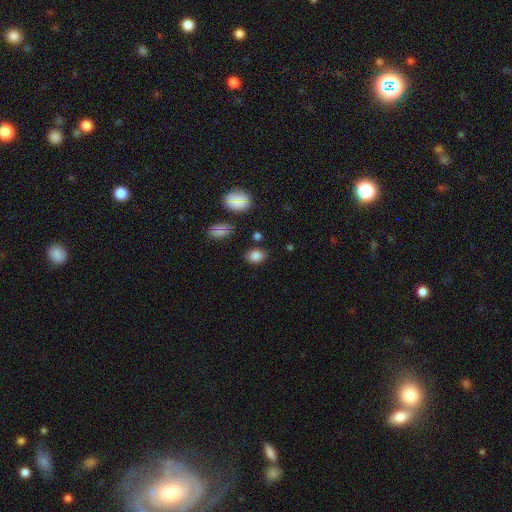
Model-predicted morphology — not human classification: The model was most divided on "how rounded": in between: 64%, round: 35%, cigar-shaped: 1%. More confident: merging — none (80%); smooth or featured — smooth (80%).